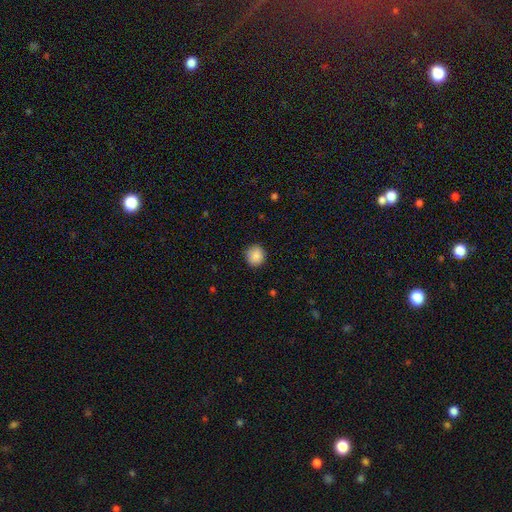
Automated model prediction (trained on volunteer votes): This appears to be a smooth galaxy with no disk features (88%) that is round (87%). Merging: none (85%).